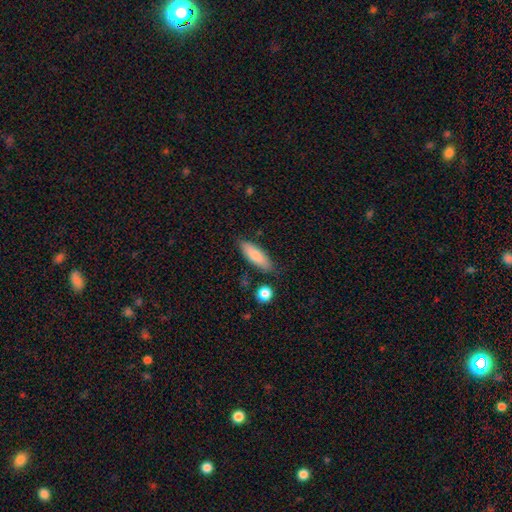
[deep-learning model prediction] This appears to be a smooth galaxy with no disk features (81%) that is in between round and cigar-shaped (52%). Merging: none (81%).